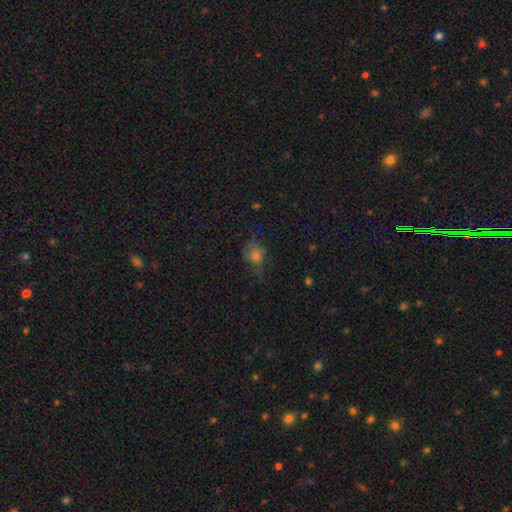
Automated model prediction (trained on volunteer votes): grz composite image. It shows a smooth galaxy with no disk features (60%) that is round (55%). Merging: none (49%).